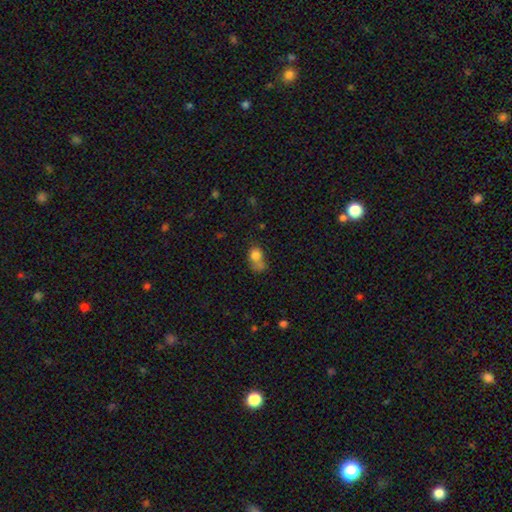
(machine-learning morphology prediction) The model was most divided on "merging": none: 29%, merger: 28%, minor disturbance: 23%, major disturbance: 20%. More confident: smooth or featured — smooth (77%); how rounded — in between (51%).